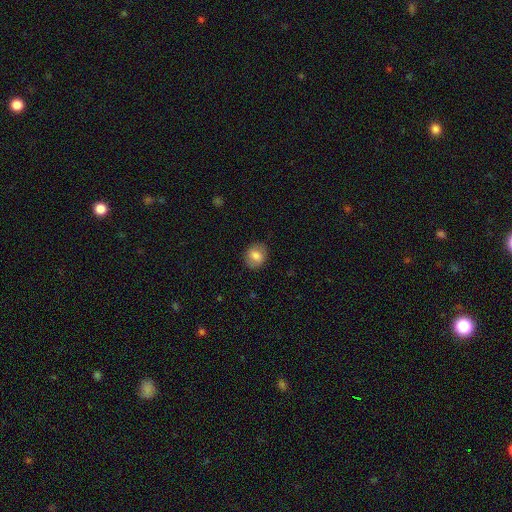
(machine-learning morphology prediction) smooth_or_featured: smooth (p=0.75) [alt: featured or disk p=0.17]
how_rounded: round (p=0.60) [alt: in between p=0.39]
merging: none (p=0.83) [alt: minor disturbance p=0.12]